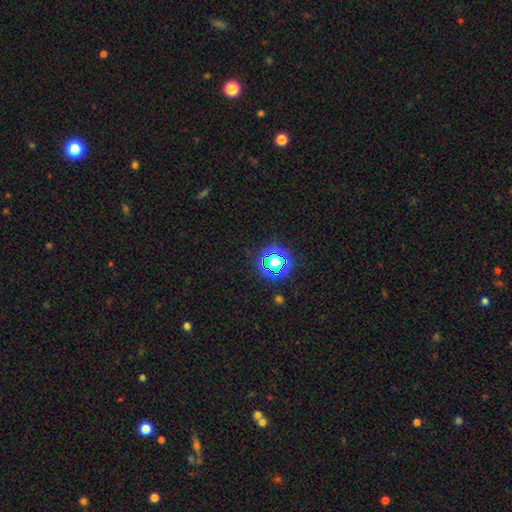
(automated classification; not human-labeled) Smooth or featured: star or artifact — 78% (smooth — 16%)